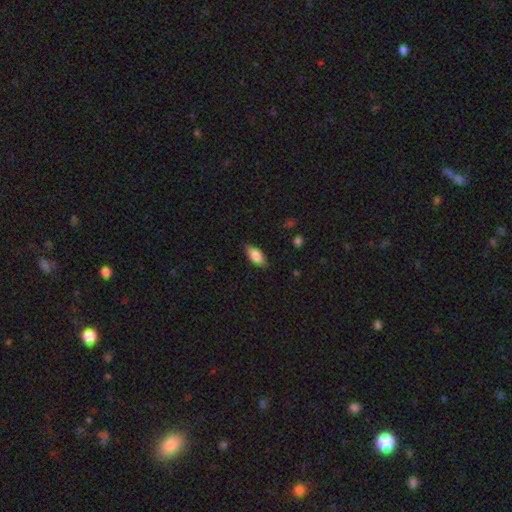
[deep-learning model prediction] Morphology: type=smooth (70%); roundness=in between (82%); merging=none (83%).